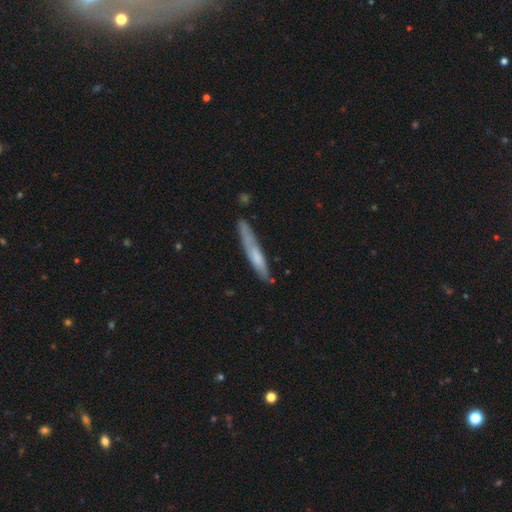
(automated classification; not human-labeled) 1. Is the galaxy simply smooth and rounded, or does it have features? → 55% smooth, 39% featured or disk, 6% star or artifact.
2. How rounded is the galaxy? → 93% cigar-shaped, 6% in between, 1% round.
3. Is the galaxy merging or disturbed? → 68% none, 22% minor disturbance, 6% major disturbance, 4% merger.